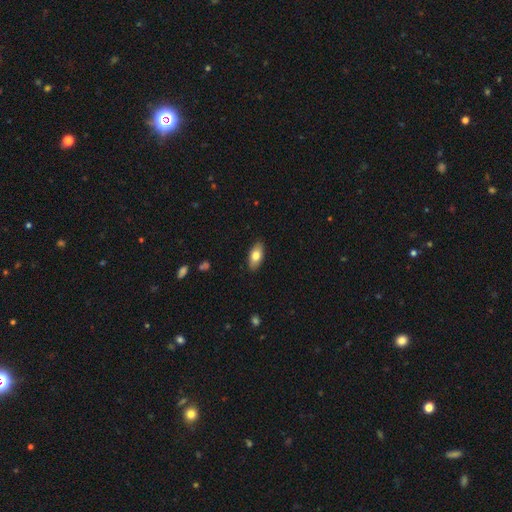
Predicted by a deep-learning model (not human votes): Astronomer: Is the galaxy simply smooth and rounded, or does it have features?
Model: smooth — 75%.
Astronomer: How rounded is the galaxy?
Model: in between — 88%.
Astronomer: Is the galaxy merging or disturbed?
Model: none — 88%.